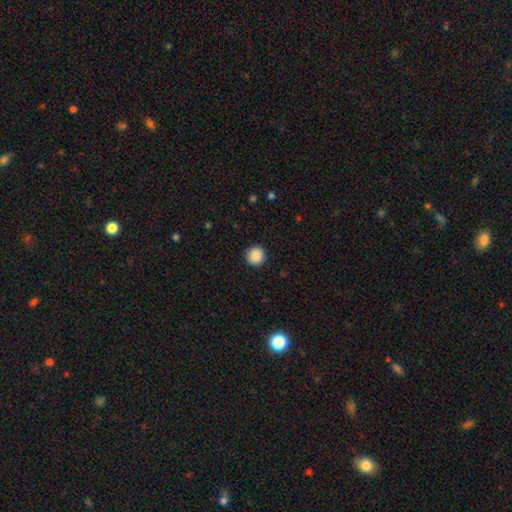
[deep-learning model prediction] Smooth or featured? smooth (88%)
How rounded? round (95%)
Merging? none (92%)